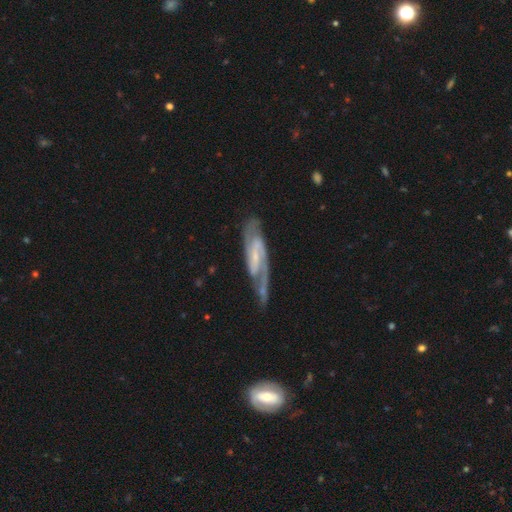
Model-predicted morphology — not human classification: Smooth or featured: featured or disk — 88% (smooth — 7%)
Edge-on disk: no — 90% (yes — 10%)
Bar: weak — 43% (strong — 36%)
Spiral arms: yes — 97% (no — 3%)
Spiral winding: medium — 52% (tight — 32%)
Spiral arm count: 2 — 88% (can't tell — 4%)
Bulge size: small — 62% (none — 17%)
Merging: none — 72% (minor disturbance — 18%)